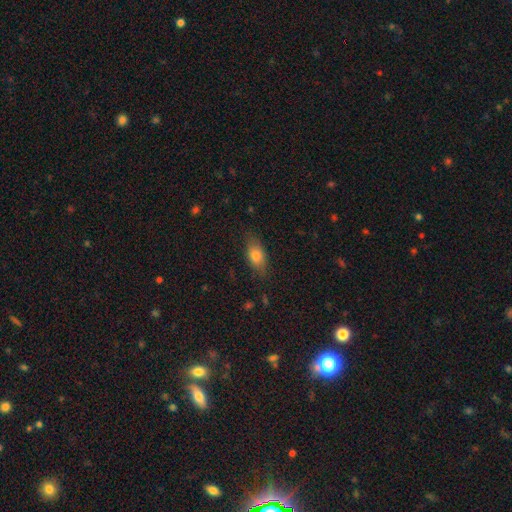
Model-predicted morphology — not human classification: Overall: smooth (77%). How rounded: in between (85%). Merging: none (79%).